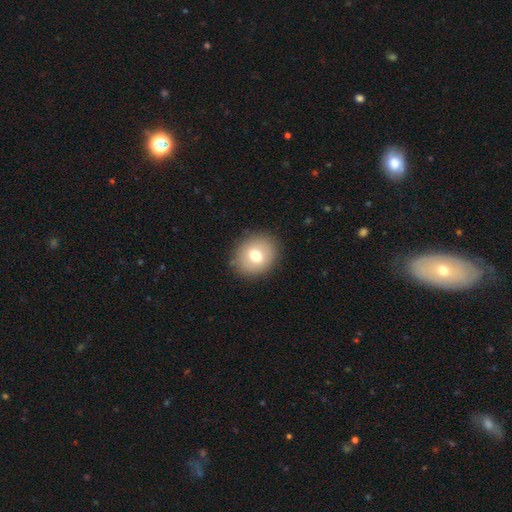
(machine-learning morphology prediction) This is likely a smooth galaxy (72%). How rounded: likely round (76%). Merging: clearly none (88%).